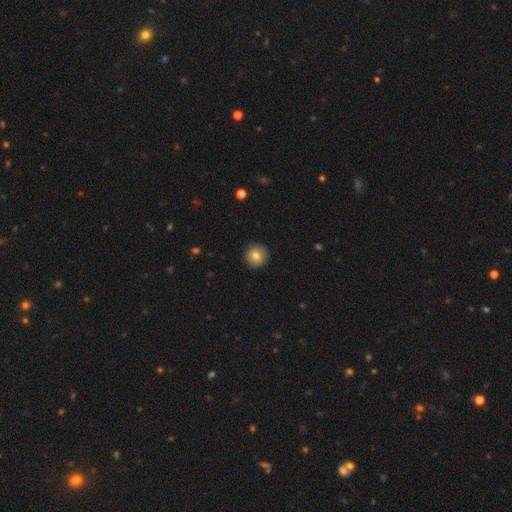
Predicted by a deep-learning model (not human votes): Smooth or featured? smooth (81%)
How rounded? round (95%)
Merging? none (92%)